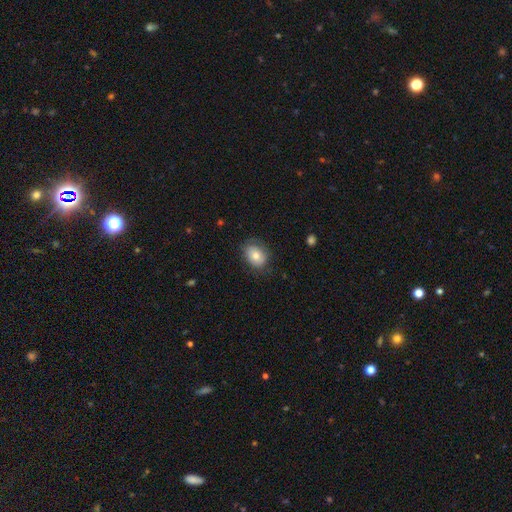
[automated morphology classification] A smooth galaxy with no disk features (76%) that is in between round and cigar-shaped (60%).

Vote fractions:
- Smooth or featured? smooth: 76% / featured or disk: 16% / star or artifact: 8%
- How rounded? in between: 60% / round: 39% / cigar-shaped: 1%
- Merging? none: 76% / minor disturbance: 17% / major disturbance: 5% / merger: 1%